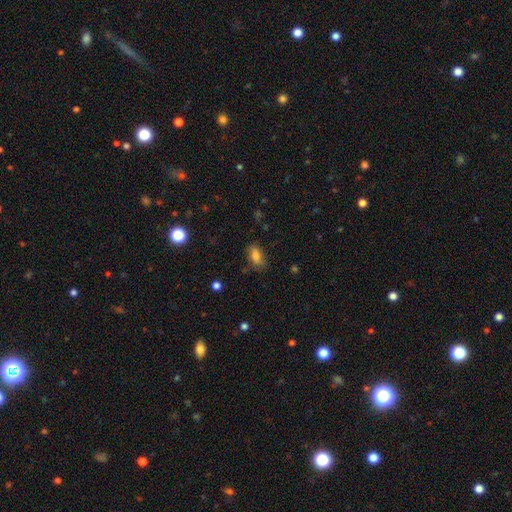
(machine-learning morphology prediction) A smooth galaxy with no disk features (79%) that is in between round and cigar-shaped (87%). Merging: none (76%).